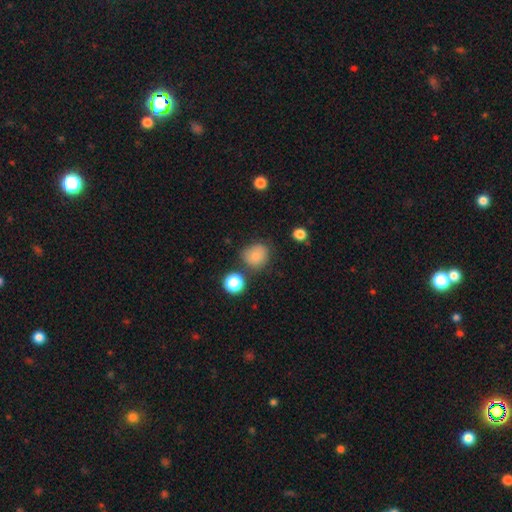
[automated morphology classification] smooth-or-featured: smooth: 82% | star or artifact: 11% | featured or disk: 7%
  how-rounded: round: 79% | in between: 20% | cigar-shaped: 1%
  merging: none: 70% | minor disturbance: 18% | merger: 7% | major disturbance: 5%